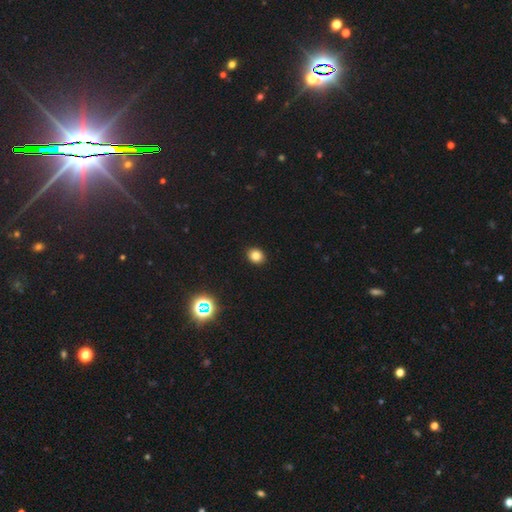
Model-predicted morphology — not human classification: This is clearly a smooth galaxy (81%). How rounded: likely round (63%). Merging: clearly none (92%).